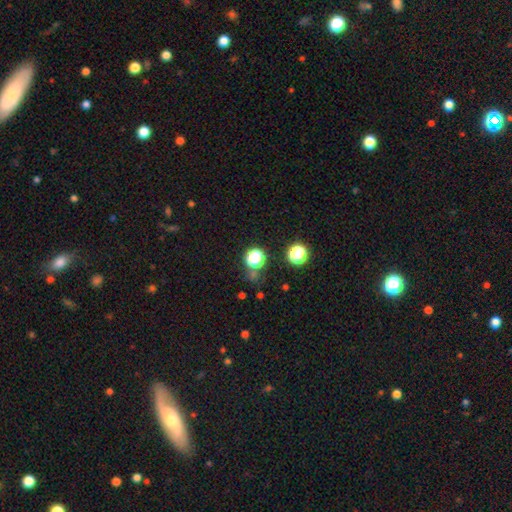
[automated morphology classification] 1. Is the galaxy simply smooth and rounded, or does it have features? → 59% star or artifact, 34% smooth, 6% featured or disk.